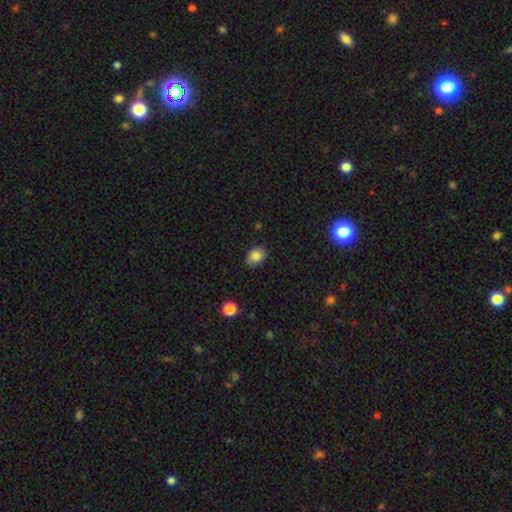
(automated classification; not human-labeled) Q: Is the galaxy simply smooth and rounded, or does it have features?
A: smooth — 84%.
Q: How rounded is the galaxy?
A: in between — 54%.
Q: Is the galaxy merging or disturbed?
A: none — 81%.